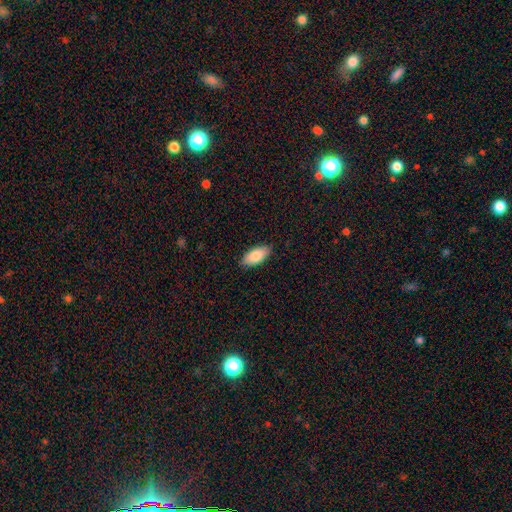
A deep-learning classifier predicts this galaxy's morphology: The model was most divided on "smooth or featured": smooth: 85%, featured or disk: 9%, star or artifact: 6%. More confident: how rounded — in between (89%); merging — none (87%).